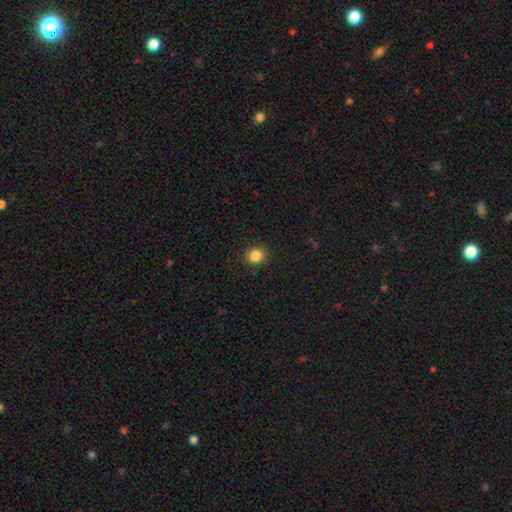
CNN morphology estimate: This appears to be a smooth galaxy with no disk features (85%) that is round (85%). Merging: none (91%).